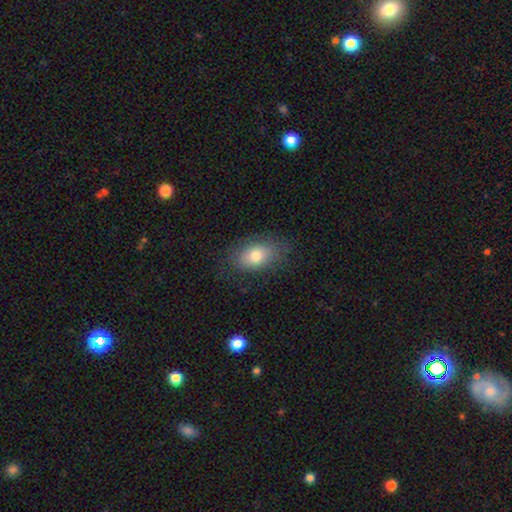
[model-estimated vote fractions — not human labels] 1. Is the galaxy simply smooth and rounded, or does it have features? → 77% smooth, 14% featured or disk, 9% star or artifact.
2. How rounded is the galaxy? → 85% in between, 13% round, 2% cigar-shaped.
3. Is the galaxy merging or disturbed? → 79% none, 14% minor disturbance, 6% major disturbance, 1% merger.